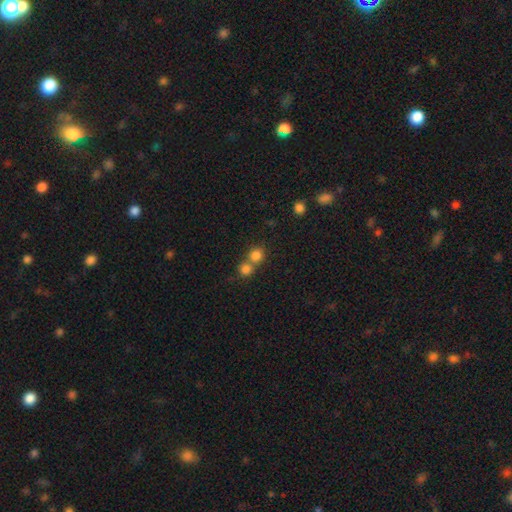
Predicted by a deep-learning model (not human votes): This is clearly a smooth galaxy (81%). How rounded: clearly round (87%). Merging: possibly none (46%, tied with merger).